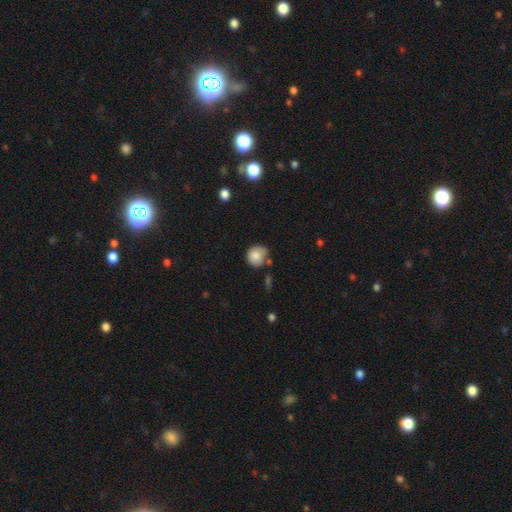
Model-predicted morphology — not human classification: The model was most divided on "merging": none: 58%, minor disturbance: 27%, merger: 10%, major disturbance: 6%. More confident: how rounded — round (83%); smooth or featured — smooth (81%).